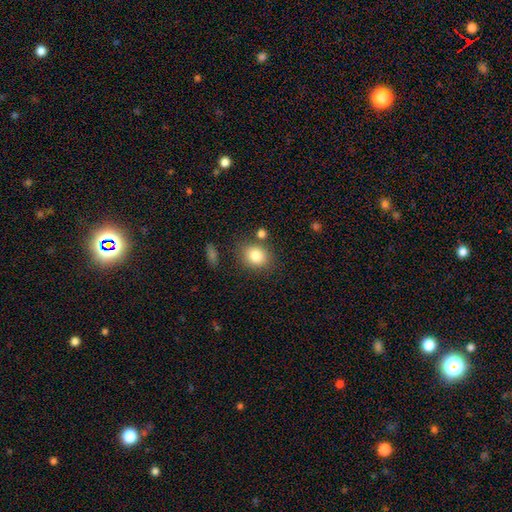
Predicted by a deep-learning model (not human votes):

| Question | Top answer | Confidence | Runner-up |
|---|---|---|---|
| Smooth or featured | smooth | 82% | star or artifact (10%) |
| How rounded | round | 63% | in between (36%) |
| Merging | none | 76% | minor disturbance (12%) |